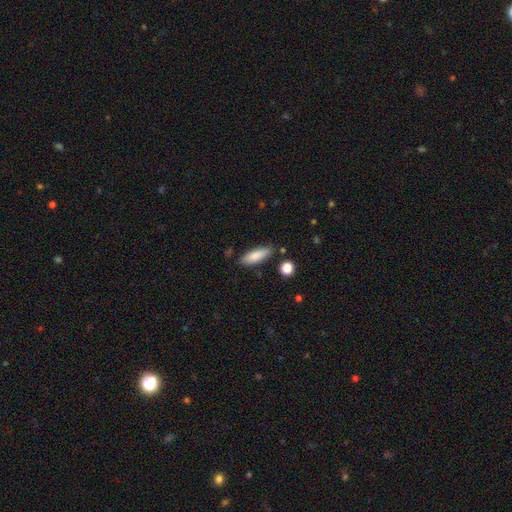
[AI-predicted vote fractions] This is clearly a smooth galaxy (84%). How rounded: possibly in between (56%). Merging: likely none (79%).